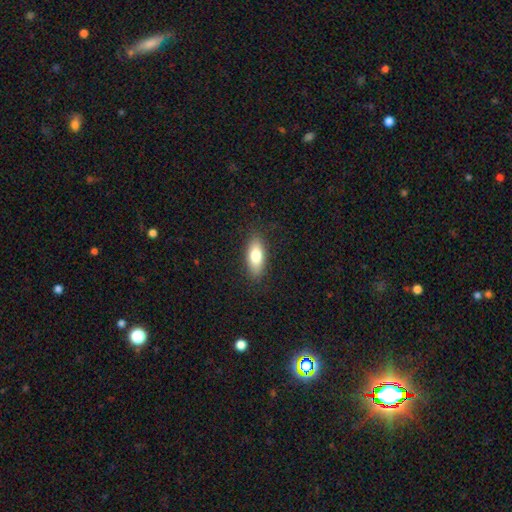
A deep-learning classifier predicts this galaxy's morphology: Smooth or featured? smooth (76%)
How rounded? in between (76%)
Merging? none (87%)